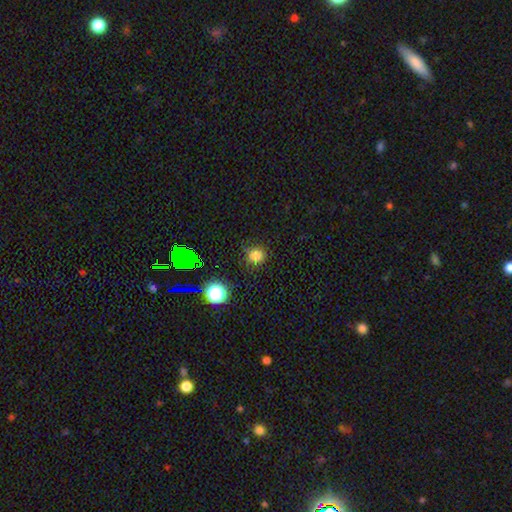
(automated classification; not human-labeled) smooth_or_featured: smooth (p=0.77) [alt: star or artifact p=0.19]
how_rounded: round (p=0.90) [alt: in between p=0.09]
merging: none (p=0.83) [alt: minor disturbance p=0.12]